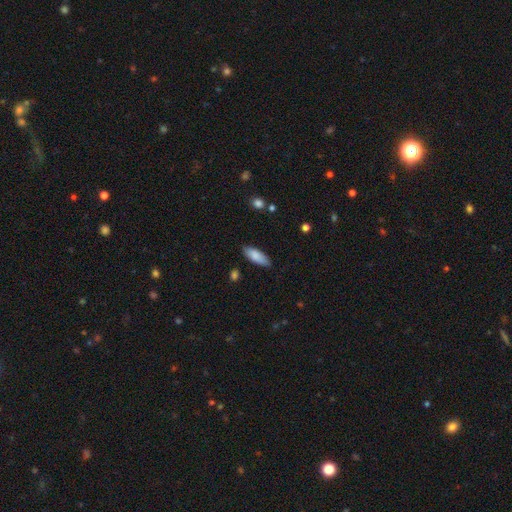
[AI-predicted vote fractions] This is clearly a smooth galaxy (85%). How rounded: likely in between (71%). Merging: clearly none (84%).